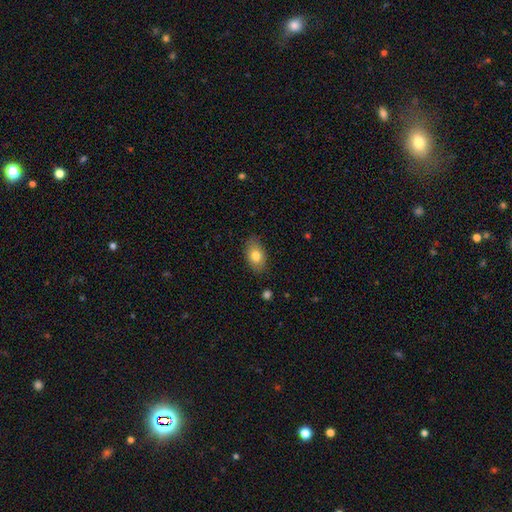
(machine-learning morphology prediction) Smooth or featured: smooth — 79% (featured or disk — 13%)
How rounded: in between — 88% (round — 10%)
Merging: none — 84% (minor disturbance — 12%)